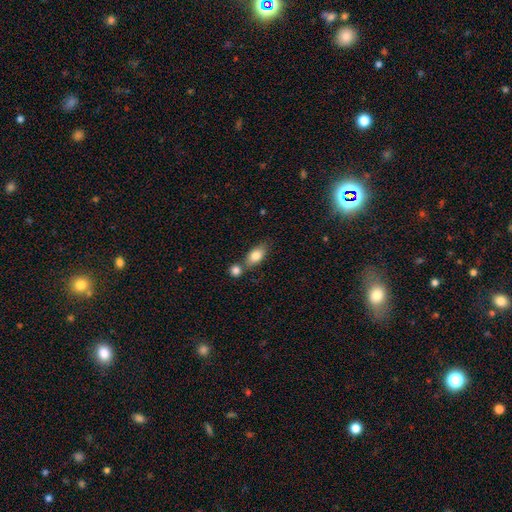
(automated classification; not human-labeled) smooth 81%, featured or disk 12%, star or artifact 7%. Down the decision tree: how rounded — in between (84%); merging — none (55%).